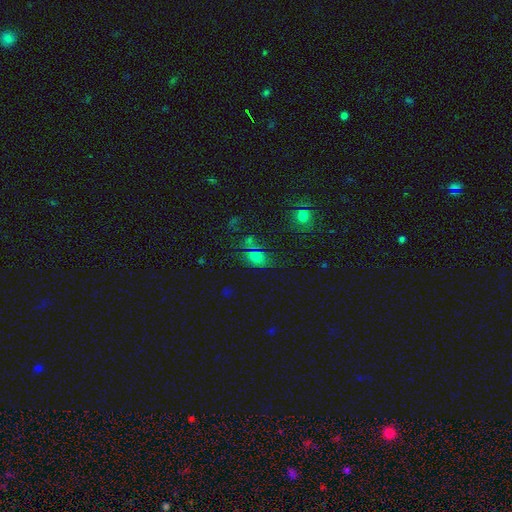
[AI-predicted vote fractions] The model was most divided on "how rounded": in between: 67%, round: 31%, cigar-shaped: 2%. More confident: smooth or featured — smooth (67%); merging — none (62%).